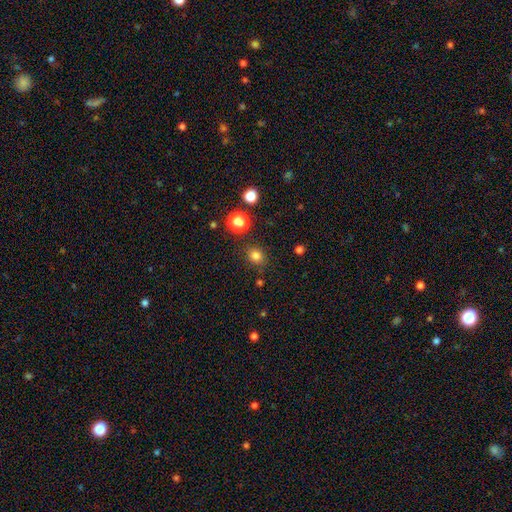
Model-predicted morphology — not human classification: smooth 80%, star or artifact 15%, featured or disk 5%. Down the decision tree: how rounded — round (72%); merging — none (84%).